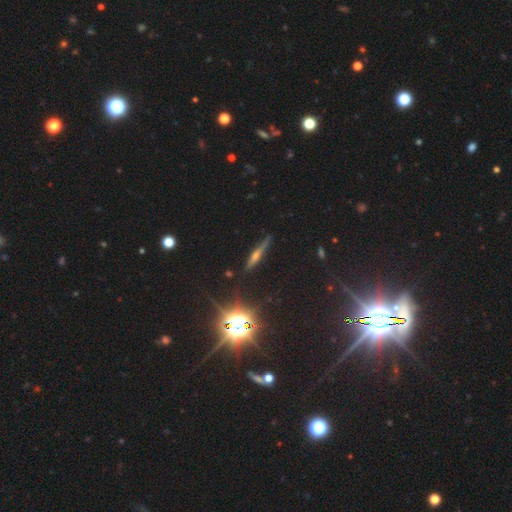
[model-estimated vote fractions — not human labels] Smooth or featured?
  - featured or disk: 44% *
  - star or artifact: 36%
  - smooth: 20%
Merging?
  - none: 81% *
  - minor disturbance: 11%
  - major disturbance: 4%
  - merger: 3%